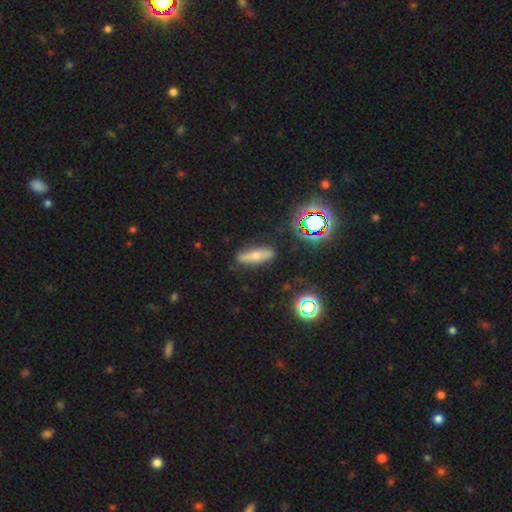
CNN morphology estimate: A smooth galaxy with no disk features (53%) that is cigar-shaped (60%).

Vote fractions:
- Smooth or featured? smooth: 53% / featured or disk: 34% / star or artifact: 13%
- How rounded? cigar-shaped: 60% / in between: 35% / round: 5%
- Merging? none: 83% / minor disturbance: 12% / major disturbance: 3% / merger: 2%